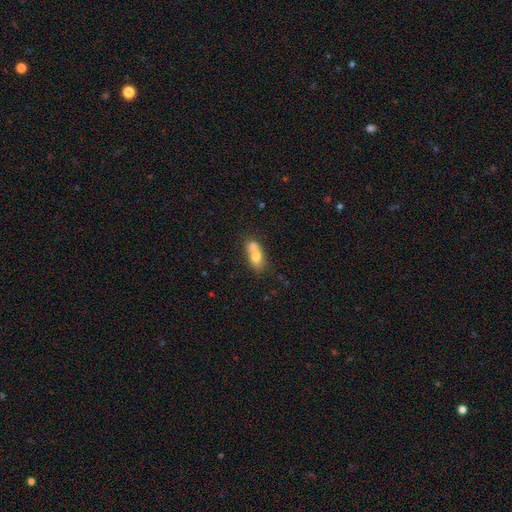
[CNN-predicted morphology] Q: Smooth or featured?
A: smooth (69%); runner-up: featured or disk (22%)
Q: How rounded?
A: in between (72%); runner-up: round (21%)
Q: Merging?
A: merger (59%); runner-up: none (27%)